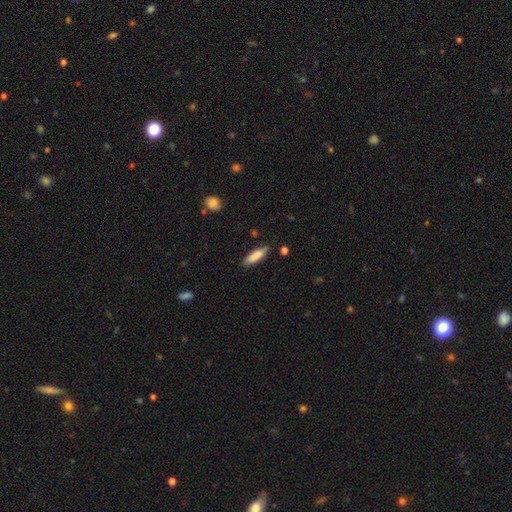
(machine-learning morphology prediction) Overall: smooth (84%). How rounded: cigar-shaped (57%; in between 41%). Merging: none (85%).